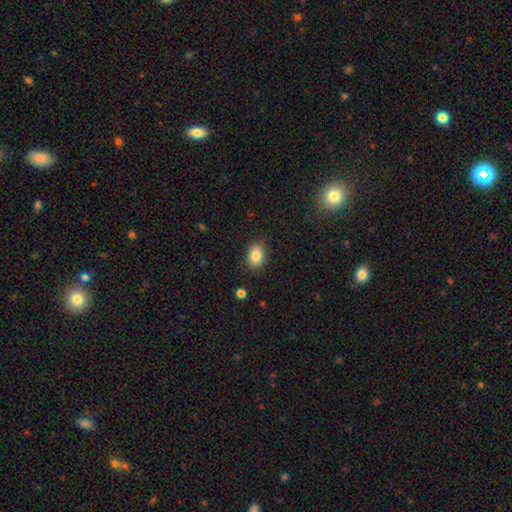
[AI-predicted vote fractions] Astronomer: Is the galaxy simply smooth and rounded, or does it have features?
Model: smooth — 85%.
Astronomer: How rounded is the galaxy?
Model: in between — 74%.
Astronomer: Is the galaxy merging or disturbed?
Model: none — 84%.